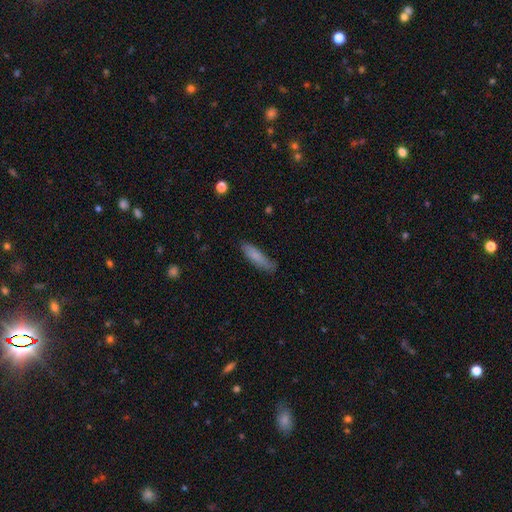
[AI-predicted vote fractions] Overall: smooth (81%). How rounded: cigar-shaped (73%). Merging: none (75%).